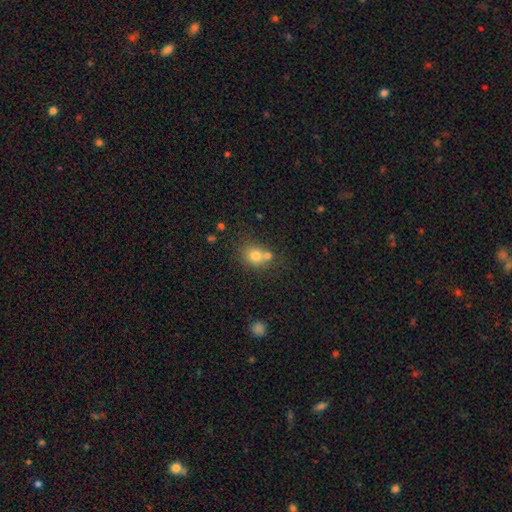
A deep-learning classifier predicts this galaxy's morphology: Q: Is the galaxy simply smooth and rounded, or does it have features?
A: smooth — 75%.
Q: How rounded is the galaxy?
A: round — 69%.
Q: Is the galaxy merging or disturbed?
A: none — 47%.